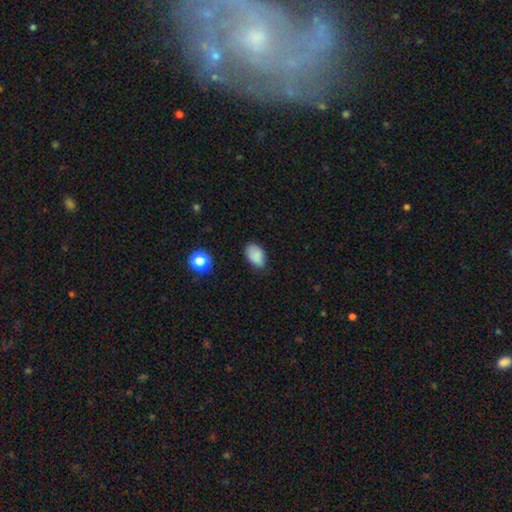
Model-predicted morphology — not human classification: The model was most divided on "merging": none: 74%, minor disturbance: 21%, major disturbance: 4%, merger: 2%. More confident: how rounded — in between (87%); smooth or featured — smooth (85%).